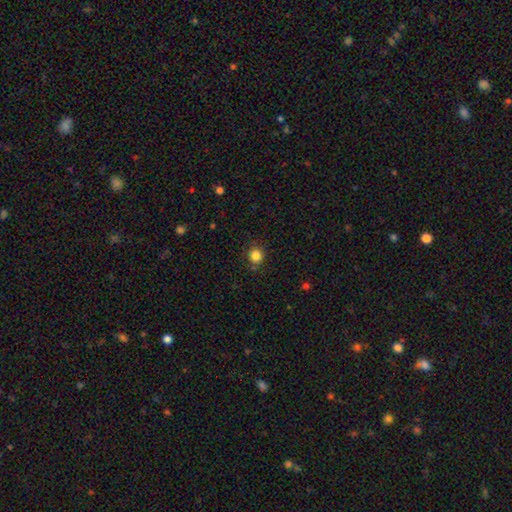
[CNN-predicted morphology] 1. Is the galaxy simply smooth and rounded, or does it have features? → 84% smooth, 12% star or artifact, 4% featured or disk.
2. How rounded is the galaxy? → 88% round, 11% in between, 1% cigar-shaped.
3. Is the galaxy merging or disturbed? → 85% none, 10% minor disturbance, 3% major disturbance, 3% merger.